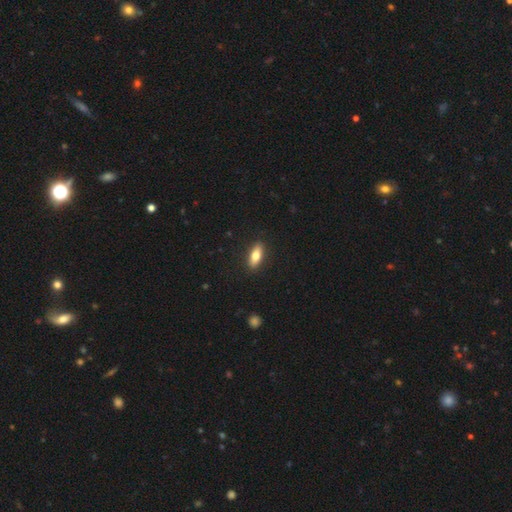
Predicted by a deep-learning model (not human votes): Smooth or featured? Predicted: smooth (p=0.74). How rounded? Predicted: in between (p=0.73). Merging? Predicted: none (p=0.89).